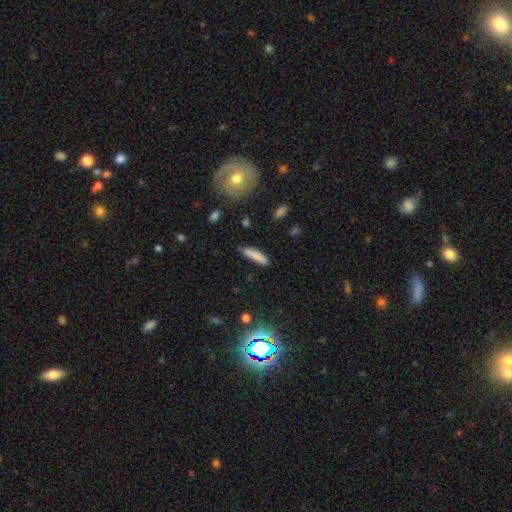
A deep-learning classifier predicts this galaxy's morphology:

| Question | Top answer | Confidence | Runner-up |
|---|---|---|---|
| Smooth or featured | smooth | 84% | featured or disk (9%) |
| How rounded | cigar-shaped | 78% | in between (21%) |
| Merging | none | 84% | minor disturbance (12%) |